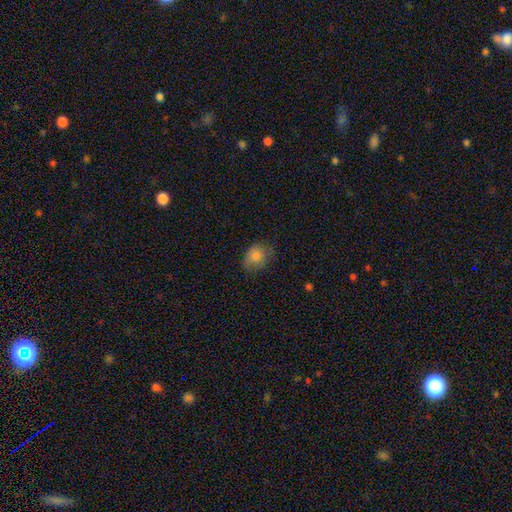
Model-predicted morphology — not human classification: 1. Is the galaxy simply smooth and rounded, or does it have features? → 81% smooth, 11% star or artifact, 8% featured or disk.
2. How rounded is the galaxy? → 53% round, 45% in between, 1% cigar-shaped.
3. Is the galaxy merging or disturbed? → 68% none, 24% minor disturbance, 7% major disturbance, 1% merger.